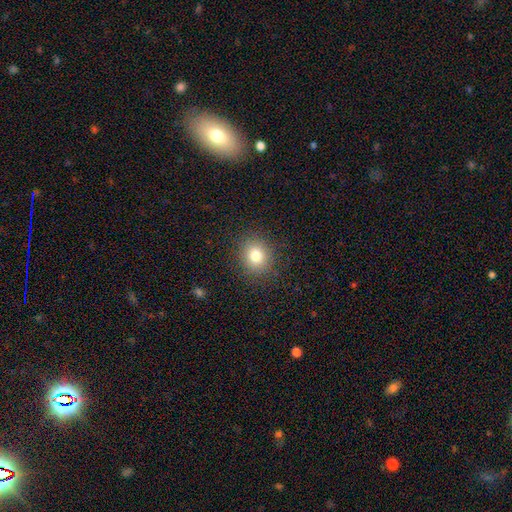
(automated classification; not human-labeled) Smooth or featured? smooth (80%)
How rounded? round (74%)
Merging? none (88%)